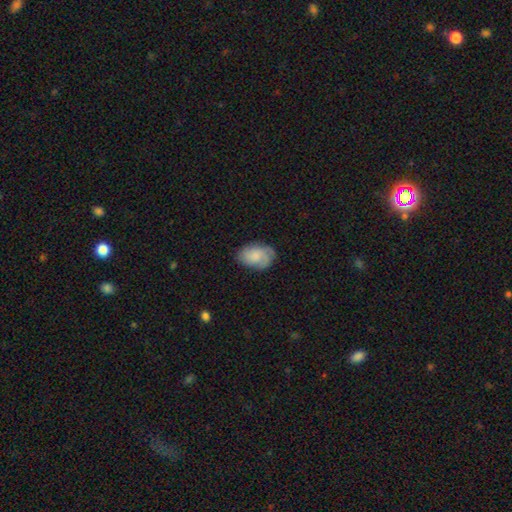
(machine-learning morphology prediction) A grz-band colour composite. It shows a smooth galaxy with no disk features (60%) that is in between round and cigar-shaped (84%). Merging: none (69%).